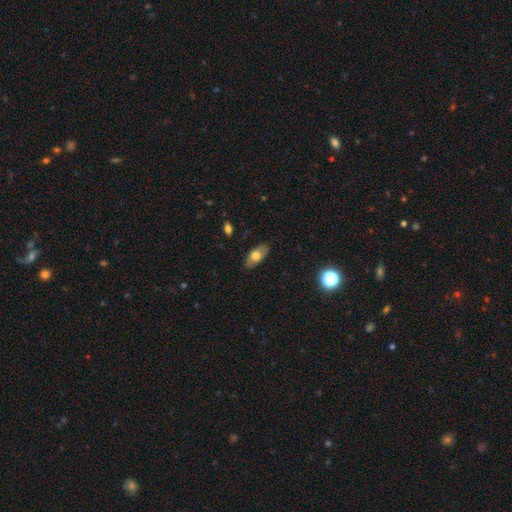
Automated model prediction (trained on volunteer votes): A smooth galaxy with no disk features (66%) that is in between round and cigar-shaped (90%).

Vote fractions:
- Smooth or featured? smooth: 66% / featured or disk: 26% / star or artifact: 8%
- How rounded? in between: 90% / cigar-shaped: 6% / round: 4%
- Merging? none: 83% / minor disturbance: 13% / major disturbance: 3% / merger: 1%